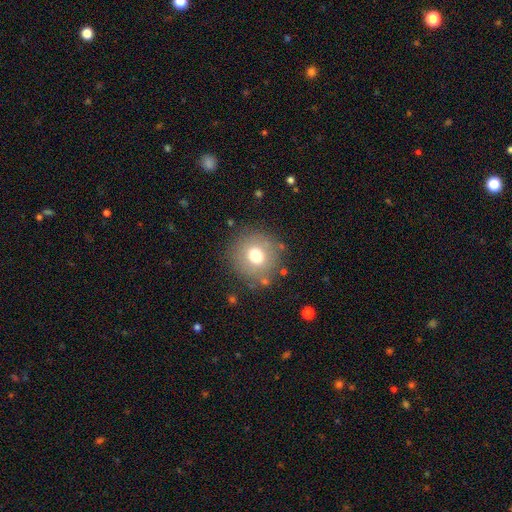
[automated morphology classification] This is likely a smooth galaxy (71%). How rounded: clearly round (91%). Merging: clearly none (82%).